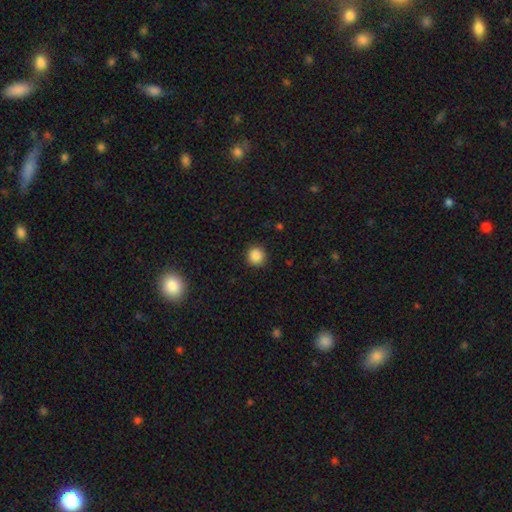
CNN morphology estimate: Smooth or featured? smooth (87%)
How rounded? round (93%)
Merging? none (91%)